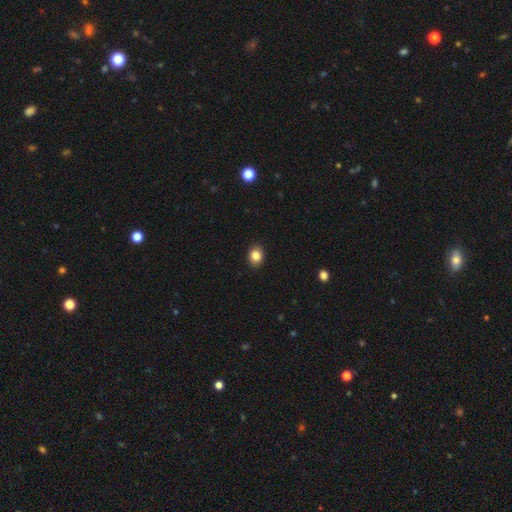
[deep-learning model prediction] Overall: smooth (85%). How rounded: in between (52%; round 47%). Merging: none (90%).